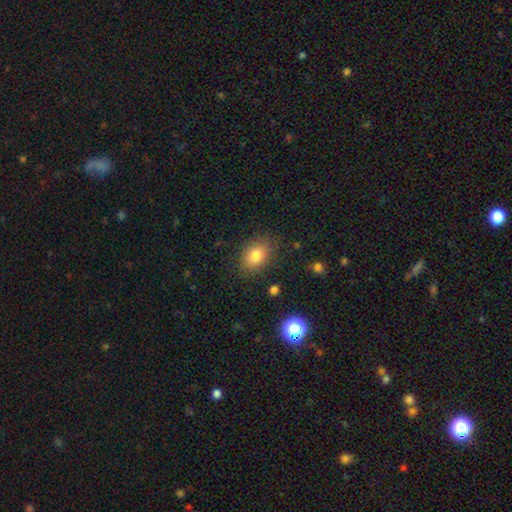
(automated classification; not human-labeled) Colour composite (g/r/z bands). It shows a smooth galaxy with no disk features (80%) that is in between round and cigar-shaped (74%). Merging: none (83%).